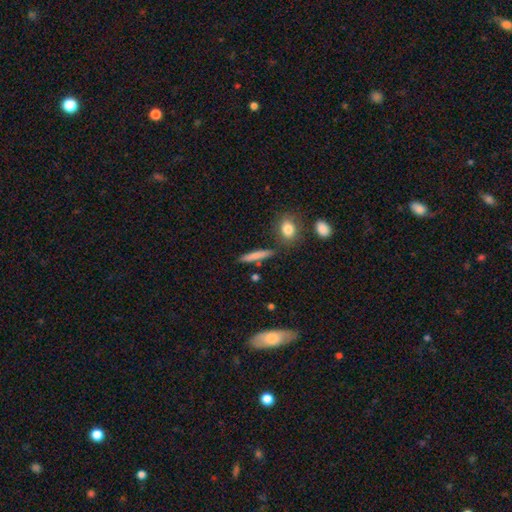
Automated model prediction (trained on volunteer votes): This appears to be a smooth galaxy with no disk features (77%) that is cigar-shaped (86%). Merging: none (83%).